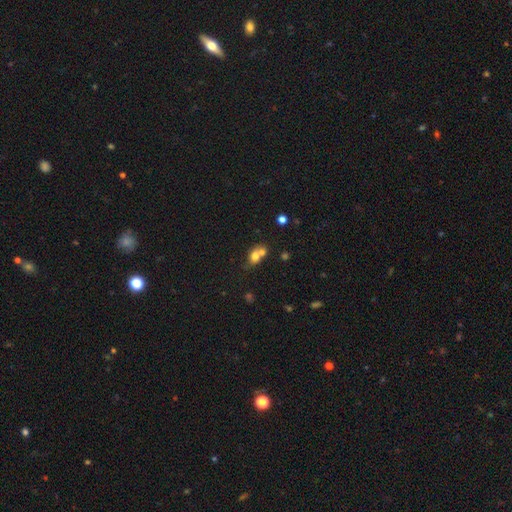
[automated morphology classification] Q: Smooth or featured?
A: smooth (71%); runner-up: featured or disk (16%)
Q: How rounded?
A: round (50%); runner-up: in between (48%)
Q: Merging?
A: merger (57%); runner-up: none (30%)